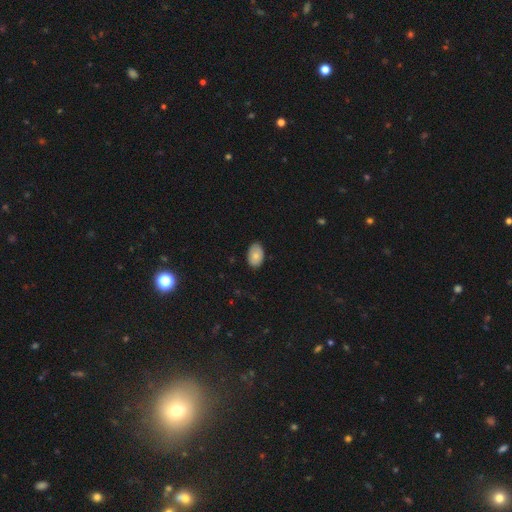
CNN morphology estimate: Q: Smooth or featured?
A: smooth (80%); runner-up: featured or disk (13%)
Q: How rounded?
A: in between (90%); runner-up: round (9%)
Q: Merging?
A: none (82%); runner-up: minor disturbance (14%)